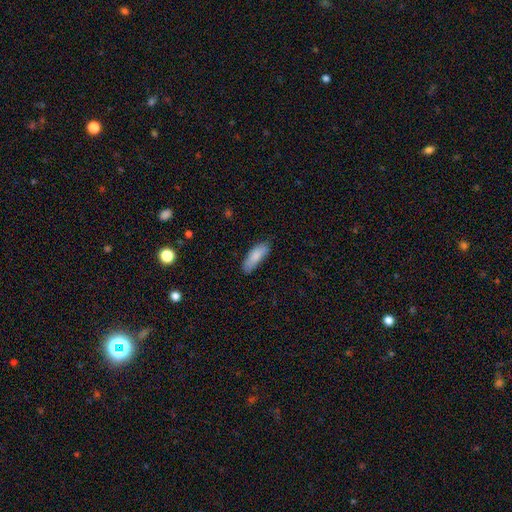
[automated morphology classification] Overall: smooth (86%). How rounded: in between (60%; cigar-shaped 39%). Merging: none (74%).